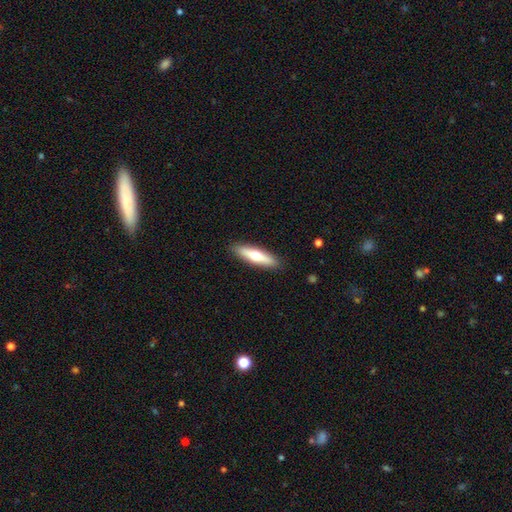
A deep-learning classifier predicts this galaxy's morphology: A smooth galaxy with no disk features (54%) that is cigar-shaped (75%).

Vote fractions:
- Smooth or featured? smooth: 54% / featured or disk: 41% / star or artifact: 5%
- How rounded? cigar-shaped: 75% / in between: 23% / round: 2%
- Merging? none: 90% / minor disturbance: 7% / major disturbance: 2% / merger: 1%